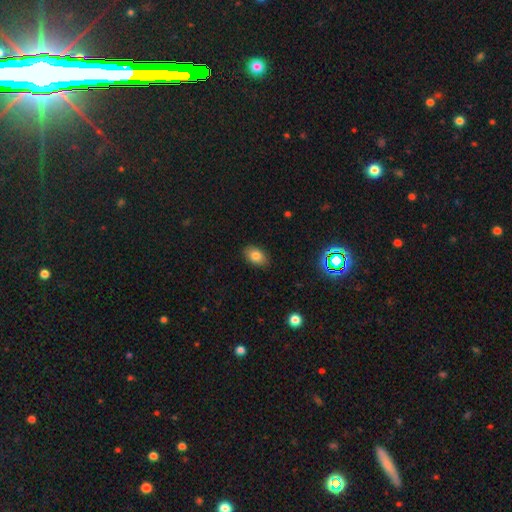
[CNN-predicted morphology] Q: Smooth or featured?
A: smooth (81%); runner-up: star or artifact (10%)
Q: How rounded?
A: in between (87%); runner-up: round (12%)
Q: Merging?
A: none (88%); runner-up: minor disturbance (9%)